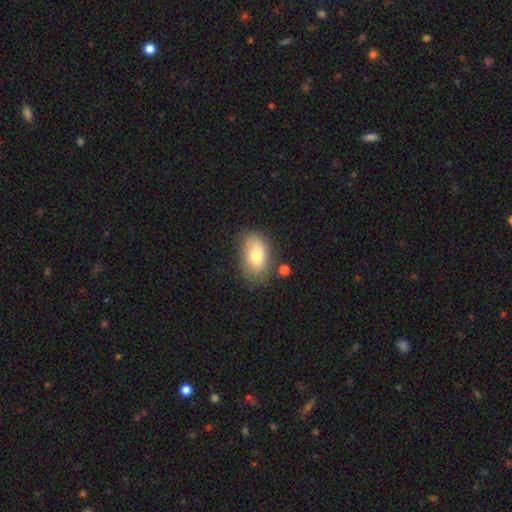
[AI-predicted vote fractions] Q: Smooth or featured?
A: smooth (73%); runner-up: featured or disk (19%)
Q: How rounded?
A: in between (90%); runner-up: round (9%)
Q: Merging?
A: none (71%); runner-up: minor disturbance (19%)